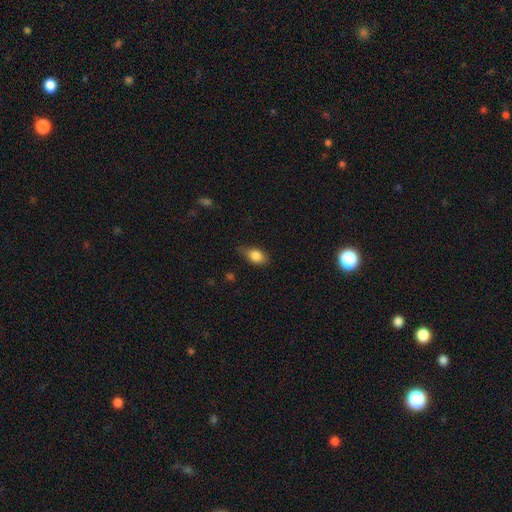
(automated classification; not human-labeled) smooth 84%, featured or disk 8%, star or artifact 8%. Down the decision tree: how rounded — in between (82%); merging — none (64%).